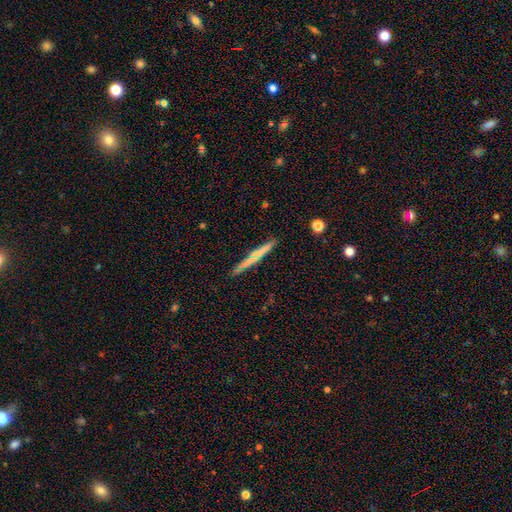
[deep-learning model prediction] A featured or disk galaxy (49%). Merging: none (89%).